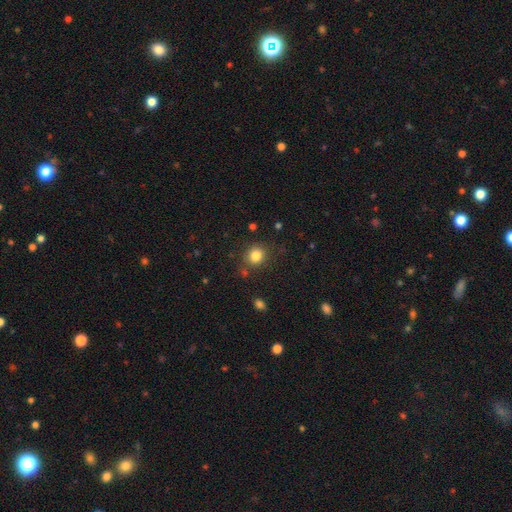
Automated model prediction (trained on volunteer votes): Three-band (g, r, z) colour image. It shows a smooth galaxy with no disk features (83%) that is round (81%). Merging: none (82%).